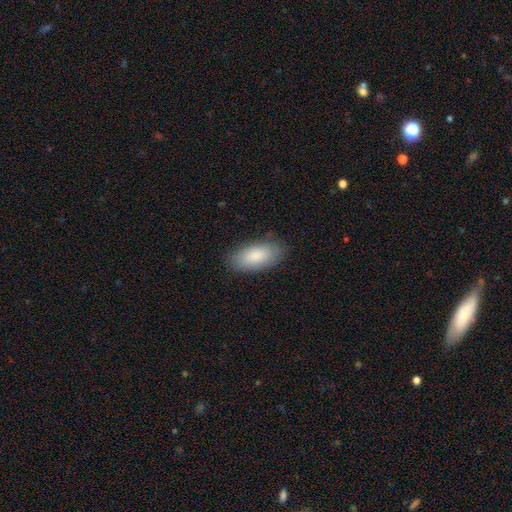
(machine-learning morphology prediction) Smooth or featured? smooth (86%)
How rounded? in between (91%)
Merging? none (85%)